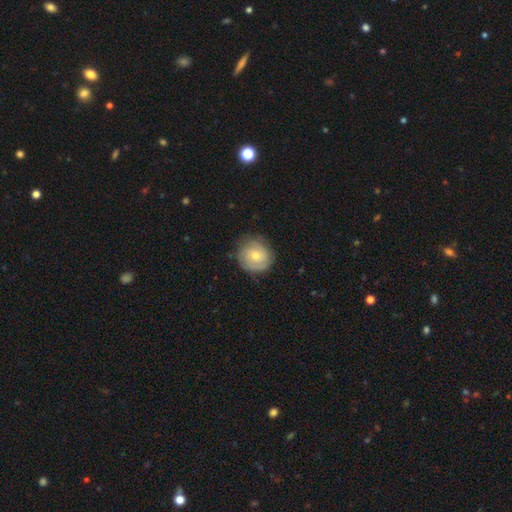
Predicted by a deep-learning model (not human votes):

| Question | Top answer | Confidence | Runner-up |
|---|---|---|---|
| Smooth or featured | featured or disk | 51% | smooth (41%) |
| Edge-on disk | no | 97% | yes (3%) |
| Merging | none | 77% | minor disturbance (17%) |